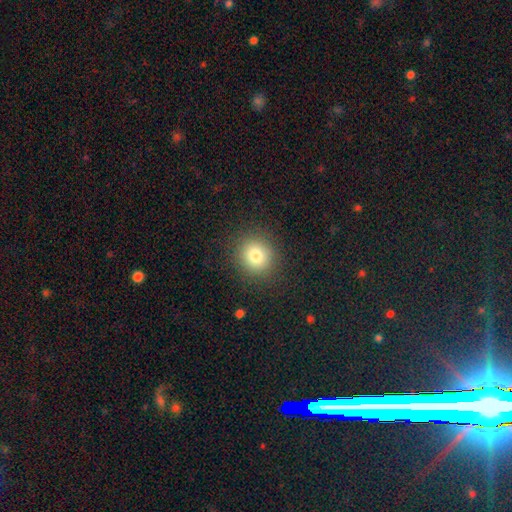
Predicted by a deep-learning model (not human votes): This appears to be a smooth galaxy with no disk features (80%) that is round (87%). Merging: none (89%).